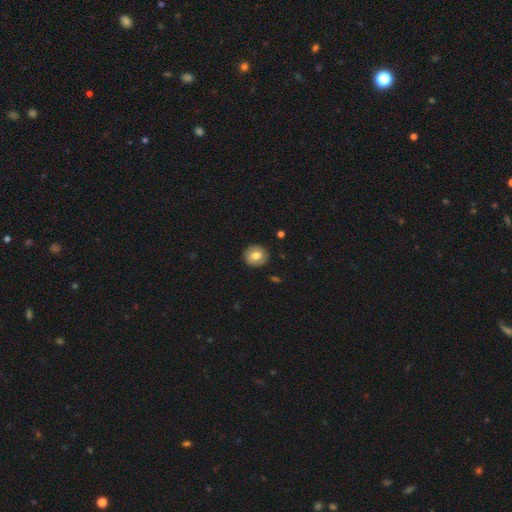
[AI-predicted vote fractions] Overall: smooth (73%). How rounded: round (83%). Merging: none (89%).